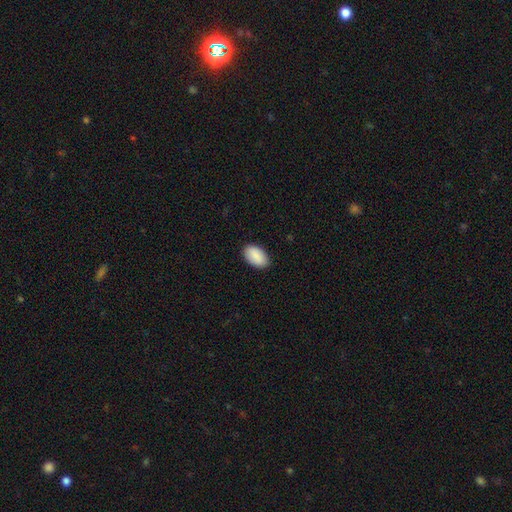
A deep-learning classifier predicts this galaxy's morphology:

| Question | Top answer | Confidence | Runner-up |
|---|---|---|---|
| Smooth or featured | smooth | 90% | star or artifact (6%) |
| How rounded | in between | 95% | round (4%) |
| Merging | none | 87% | minor disturbance (10%) |